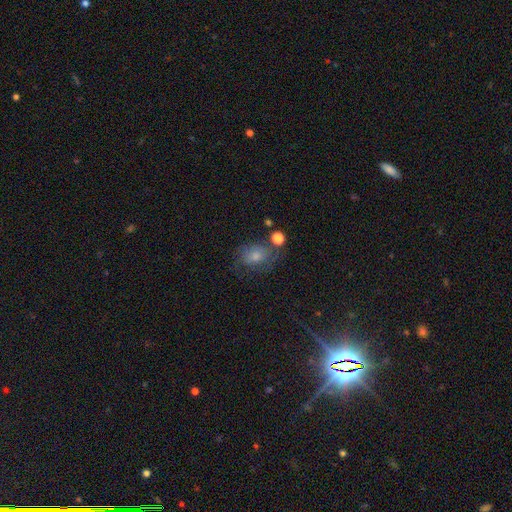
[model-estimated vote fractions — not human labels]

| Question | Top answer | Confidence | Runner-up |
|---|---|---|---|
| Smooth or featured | smooth | 45% | star or artifact (28%) |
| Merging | none | 63% | minor disturbance (20%) |